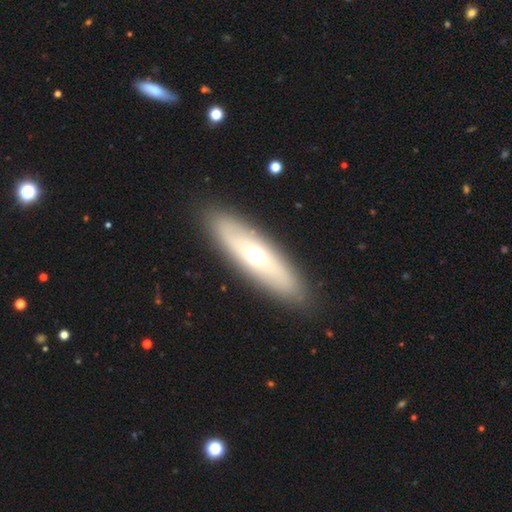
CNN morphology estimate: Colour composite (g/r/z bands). It shows a smooth galaxy with no disk features (47%). Merging: none (88%).